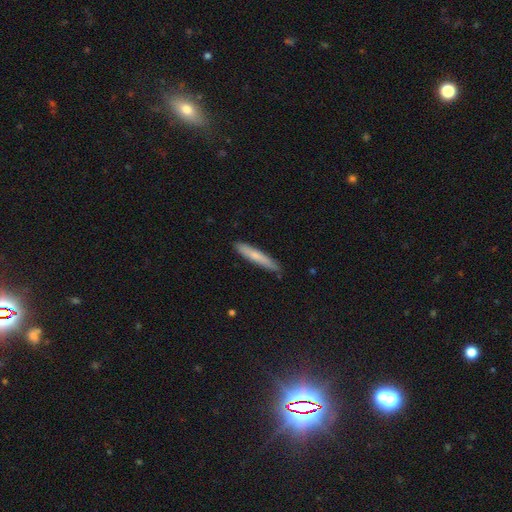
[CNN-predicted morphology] Overall: smooth (69%). How rounded: cigar-shaped (94%). Merging: none (86%).